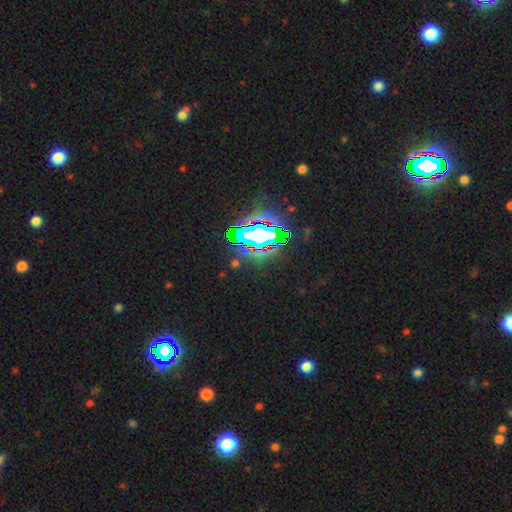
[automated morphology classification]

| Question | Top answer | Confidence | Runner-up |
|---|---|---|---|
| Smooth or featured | star or artifact | 82% | smooth (10%) |